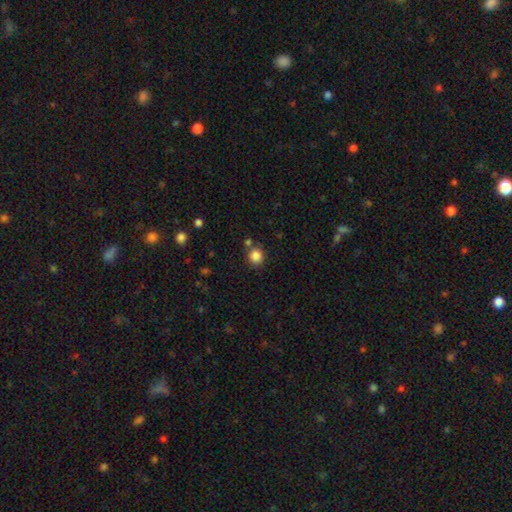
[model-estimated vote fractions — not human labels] Overall: smooth (85%). How rounded: round (84%). Merging: none (77%).